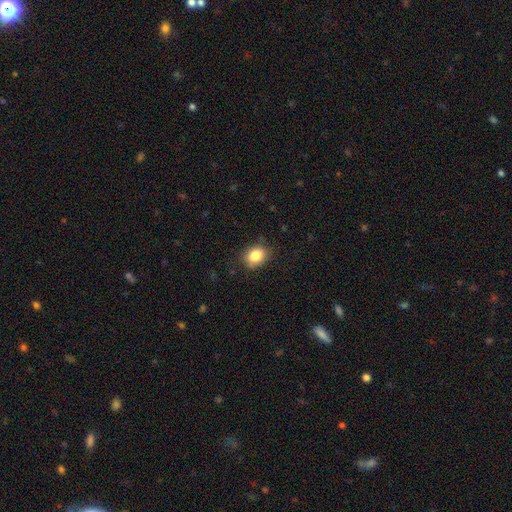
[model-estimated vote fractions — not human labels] Q: Smooth or featured?
A: smooth (84%); runner-up: star or artifact (9%)
Q: How rounded?
A: in between (54%); runner-up: round (45%)
Q: Merging?
A: none (81%); runner-up: minor disturbance (15%)